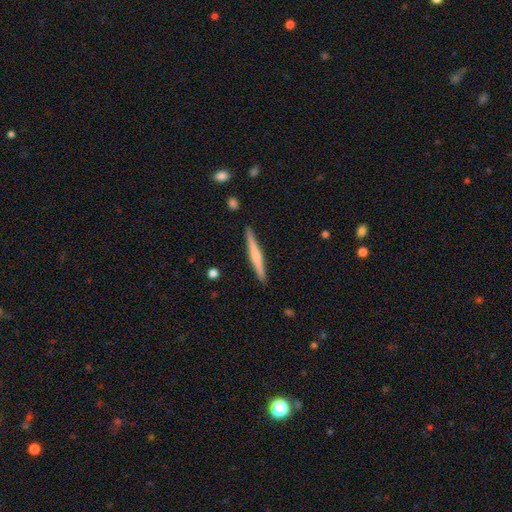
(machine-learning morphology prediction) Overall: featured or disk (52%; smooth 43%). Edge-on disk: yes (98%). Edge-on bulge: rounded (52%; none 35%). Merging: none (90%).